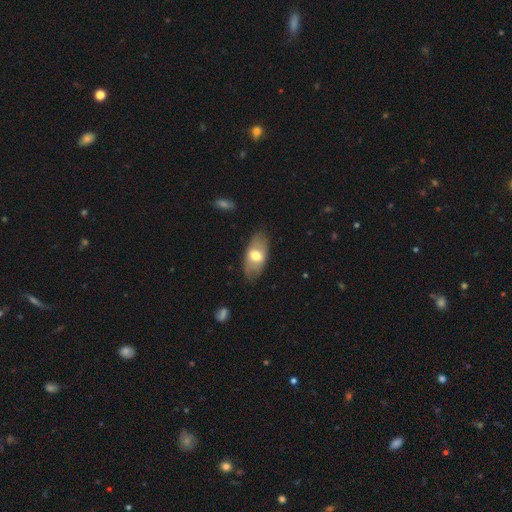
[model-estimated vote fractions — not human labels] Smooth or featured? Predicted: smooth (p=0.61). How rounded? Predicted: in between (p=0.91). Merging? Predicted: none (p=0.81).